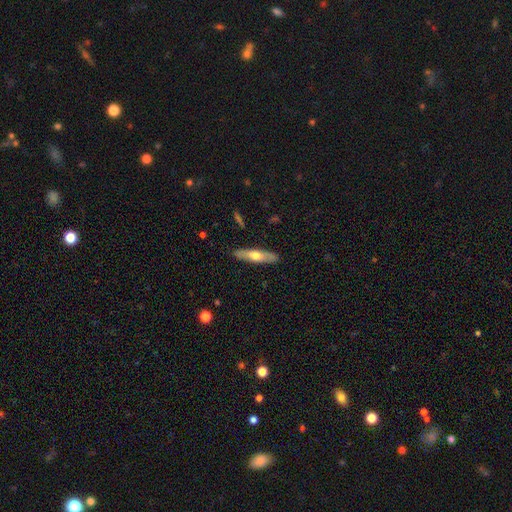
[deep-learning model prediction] Smooth or featured: smooth — 50% (featured or disk — 45%)
Merging: none — 87% (minor disturbance — 9%)